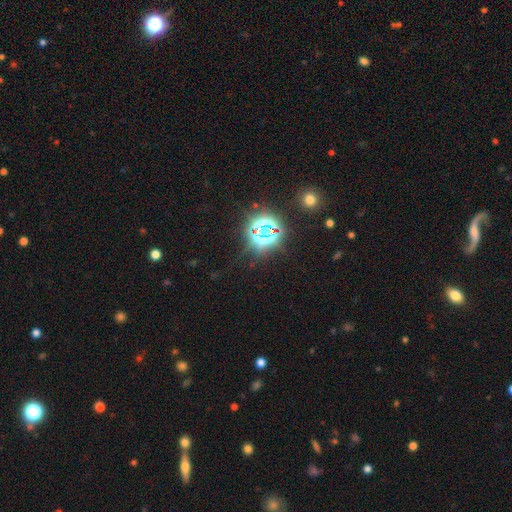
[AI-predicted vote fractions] Smooth or featured? star or artifact (75%)